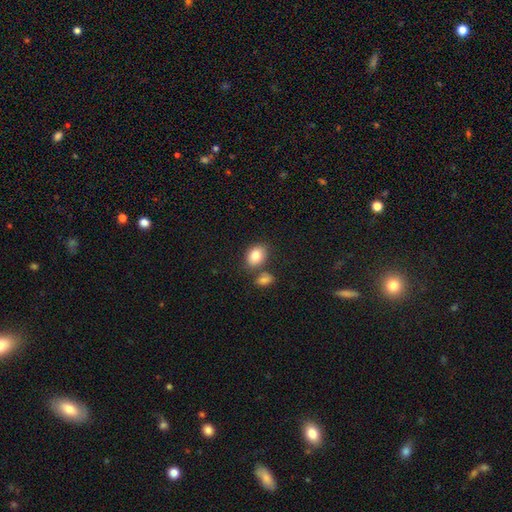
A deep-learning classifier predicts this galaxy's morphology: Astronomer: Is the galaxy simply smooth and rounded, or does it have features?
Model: smooth — 84%.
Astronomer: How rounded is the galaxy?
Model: in between — 73%.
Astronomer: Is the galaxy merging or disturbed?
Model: none — 64%.